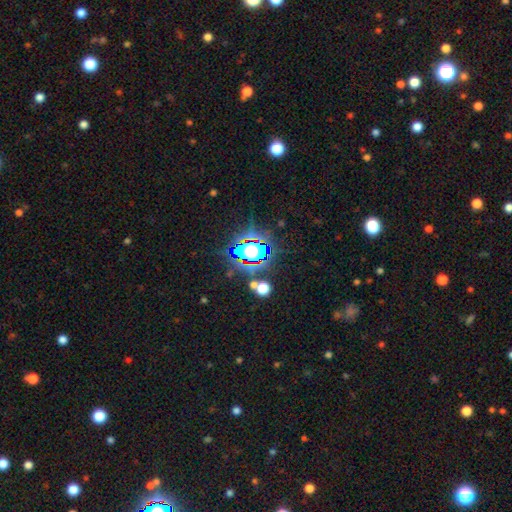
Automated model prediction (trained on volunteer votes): Smooth or featured?
  - star or artifact: 67% *
  - smooth: 21%
  - featured or disk: 12%